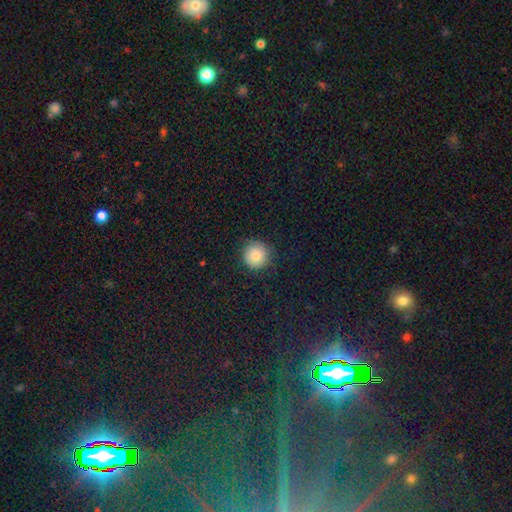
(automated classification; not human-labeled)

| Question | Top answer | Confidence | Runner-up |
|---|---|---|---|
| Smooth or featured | smooth | 81% | star or artifact (10%) |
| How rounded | round | 94% | in between (5%) |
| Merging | none | 84% | minor disturbance (12%) |